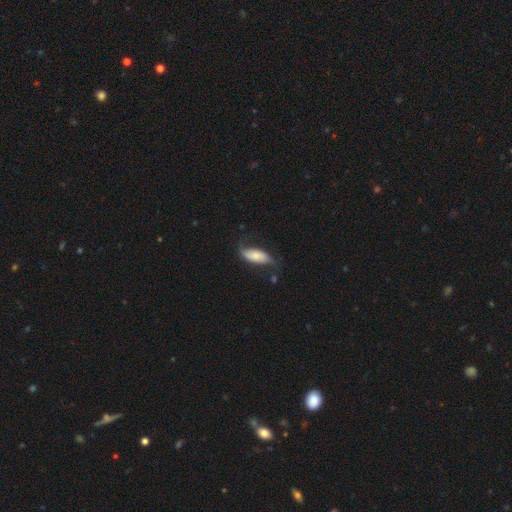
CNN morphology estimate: Overall: smooth (56%; featured or disk 38%). How rounded: in between (81%). Merging: none (54%; minor disturbance 29%).